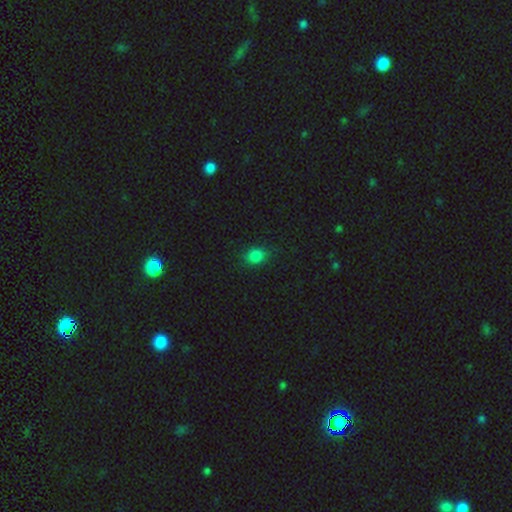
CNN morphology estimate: This is clearly a smooth galaxy (81%). How rounded: possibly round (54%). Merging: clearly none (82%).